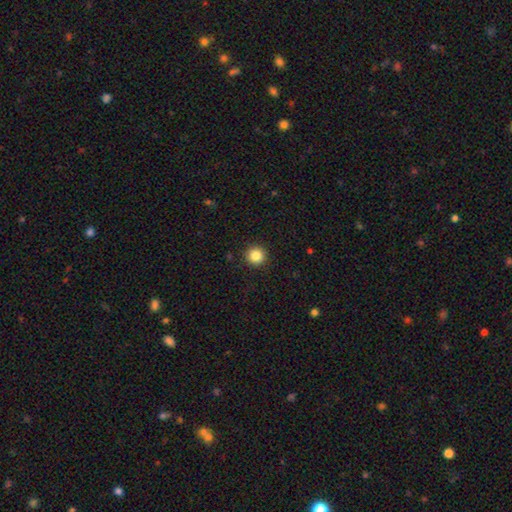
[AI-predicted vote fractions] The model was most divided on "smooth or featured": smooth: 85%, star or artifact: 11%, featured or disk: 4%. More confident: how rounded — round (95%); merging — none (93%).